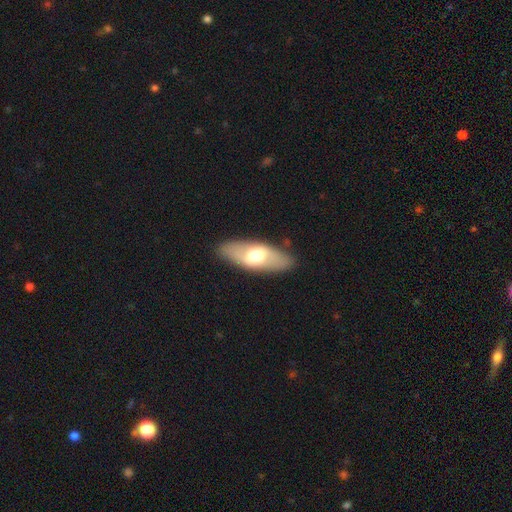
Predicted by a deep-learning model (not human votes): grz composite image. It shows a smooth galaxy with no disk features (51%) that is in between round and cigar-shaped (76%). Merging: none (85%).